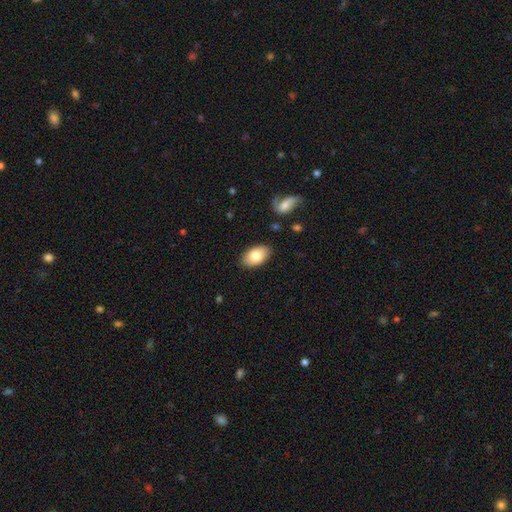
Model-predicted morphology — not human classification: A smooth galaxy with no disk features (81%) that is in between round and cigar-shaped (93%). Merging: none (86%).